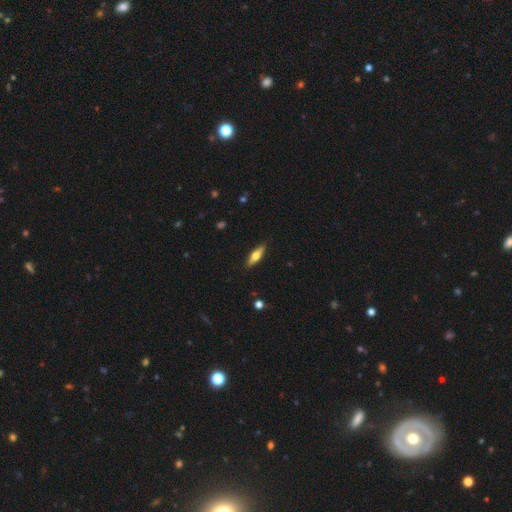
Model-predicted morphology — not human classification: type=smooth (48%); merging=none (89%).